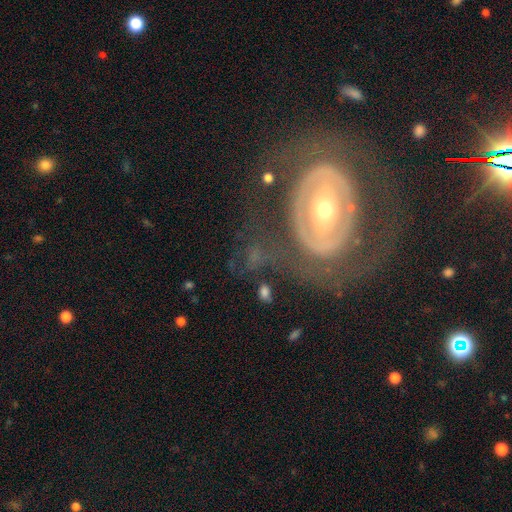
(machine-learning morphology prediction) A featured or disk galaxy (67%) with no bar (43%), spiral arms (65%) and a moderate central bulge (54%).

Vote fractions:
- Smooth or featured? featured or disk: 67% / smooth: 23% / star or artifact: 10%
- Edge-on disk? no: 93% / yes: 7%
- Bar? no: 43% / weak: 29% / strong: 27%
- Spiral arms? yes: 65% / no: 35%
- Bulge size? moderate: 54% / small: 39% / large: 4% / none: 2% / dominant: 2%
- Merging? none: 53% / minor disturbance: 20% / major disturbance: 20% / merger: 7%